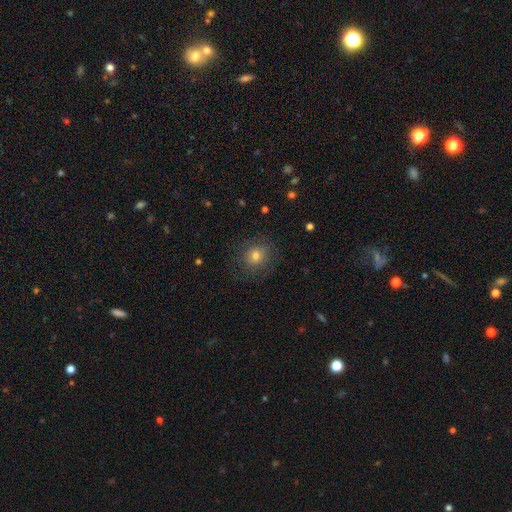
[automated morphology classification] Smooth or featured?
  - smooth: 68% *
  - featured or disk: 17%
  - star or artifact: 15%
How rounded?
  - round: 82% *
  - in between: 17%
  - cigar-shaped: 1%
Merging?
  - none: 79% *
  - minor disturbance: 13%
  - major disturbance: 7%
  - merger: 1%